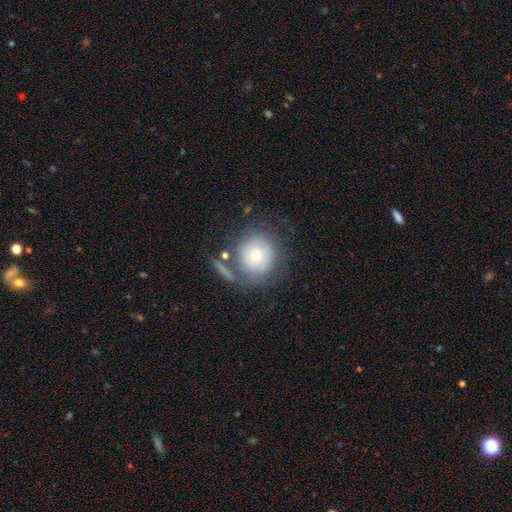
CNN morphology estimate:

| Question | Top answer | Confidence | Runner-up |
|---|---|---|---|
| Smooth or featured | smooth | 48% | featured or disk (42%) |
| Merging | none | 55% | minor disturbance (18%) |